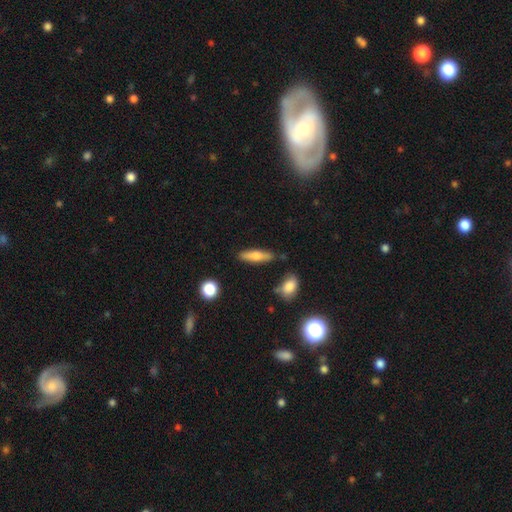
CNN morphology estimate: smooth_or_featured: smooth (p=0.68) [alt: featured or disk p=0.25]
how_rounded: cigar-shaped (p=0.66) [alt: in between p=0.31]
merging: none (p=0.79) [alt: minor disturbance p=0.13]